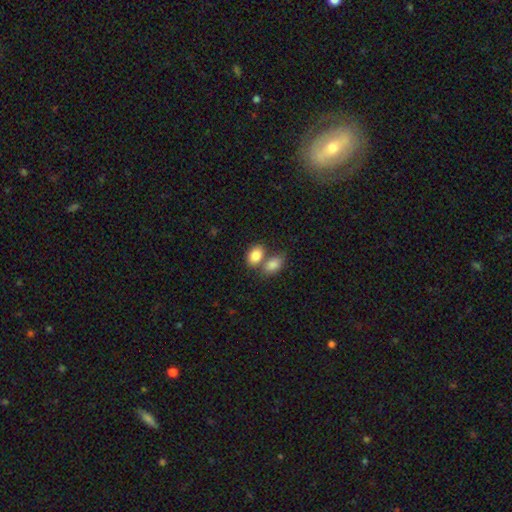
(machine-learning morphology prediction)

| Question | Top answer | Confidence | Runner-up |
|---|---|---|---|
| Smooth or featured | smooth | 85% | featured or disk (8%) |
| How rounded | in between | 87% | round (12%) |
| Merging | merger | 49% | none (38%) |